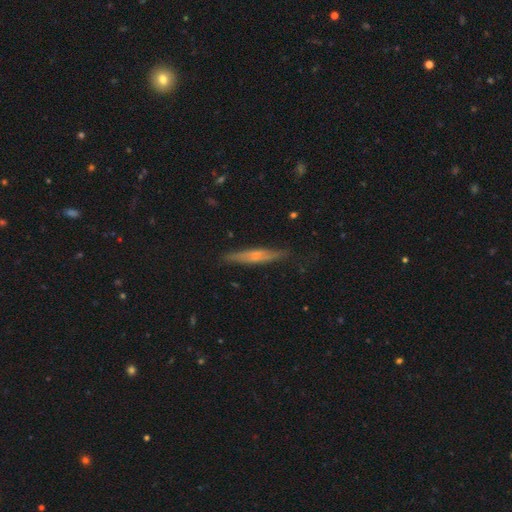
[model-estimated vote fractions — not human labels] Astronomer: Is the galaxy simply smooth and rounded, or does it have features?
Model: featured or disk — 48% (runner-up: smooth, 45%).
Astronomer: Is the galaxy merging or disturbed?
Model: none — 84%.